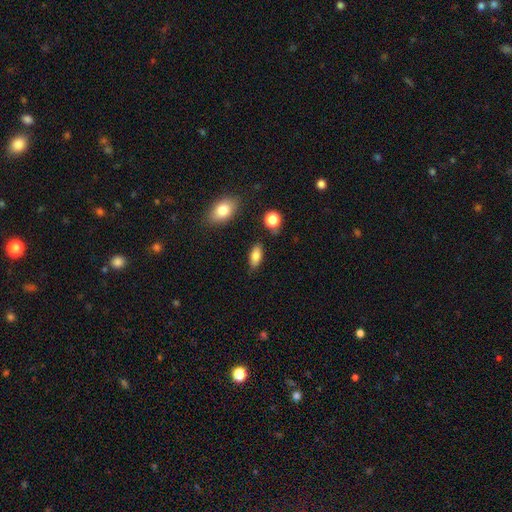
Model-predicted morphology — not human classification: Smooth or featured: smooth — 82% (featured or disk — 10%)
How rounded: in between — 87% (cigar-shaped — 8%)
Merging: none — 79% (minor disturbance — 14%)